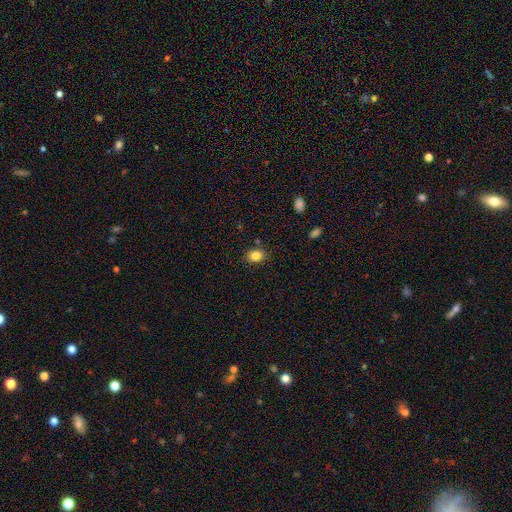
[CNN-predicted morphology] Overall: smooth (84%). How rounded: in between (58%; round 41%). Merging: none (84%).